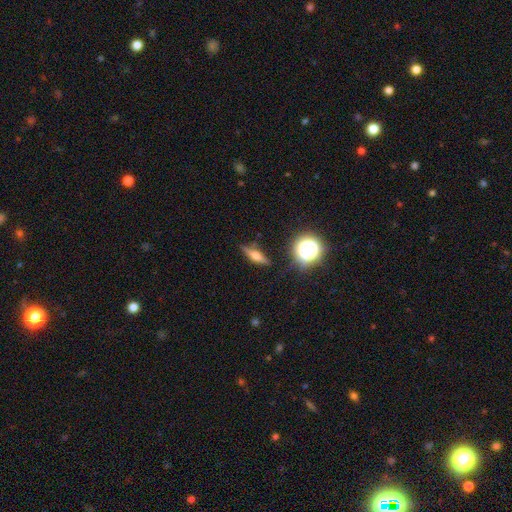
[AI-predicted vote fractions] Smooth or featured: featured or disk — 54% (smooth — 33%)
Edge-on disk: yes — 93% (no — 7%)
Edge-on bulge: rounded — 89% (boxy — 7%)
Merging: none — 83% (minor disturbance — 12%)